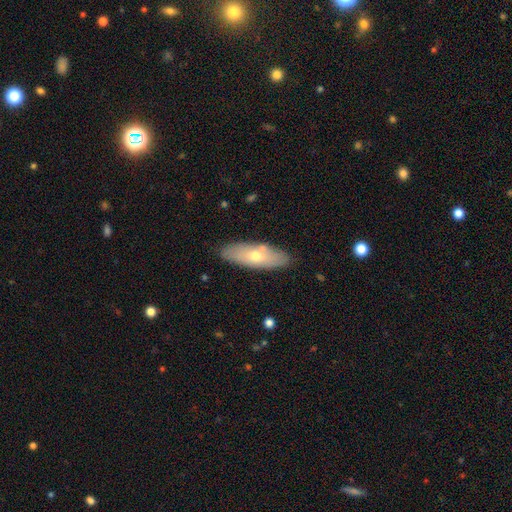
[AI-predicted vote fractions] Overall: smooth (57%; featured or disk 37%). How rounded: in between (64%; cigar-shaped 34%). Merging: none (84%).